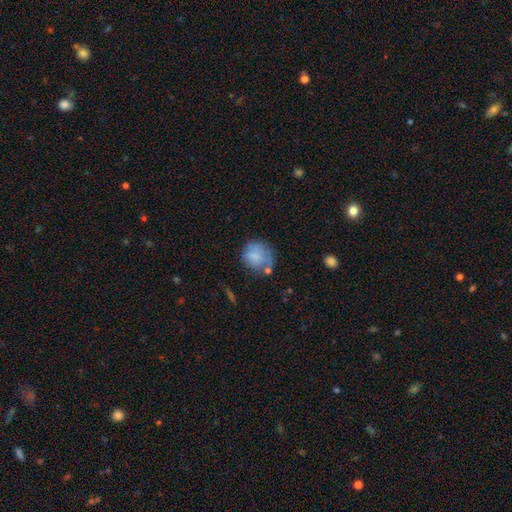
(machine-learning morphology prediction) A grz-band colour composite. It shows a smooth galaxy with no disk features (72%) that is round (75%). Merging: none (48%).